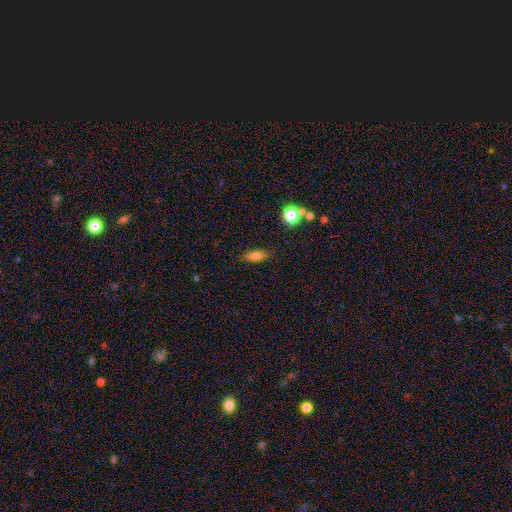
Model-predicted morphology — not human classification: Smooth or featured: smooth — 72% (featured or disk — 18%)
How rounded: in between — 61% (cigar-shaped — 33%)
Merging: none — 84% (minor disturbance — 11%)